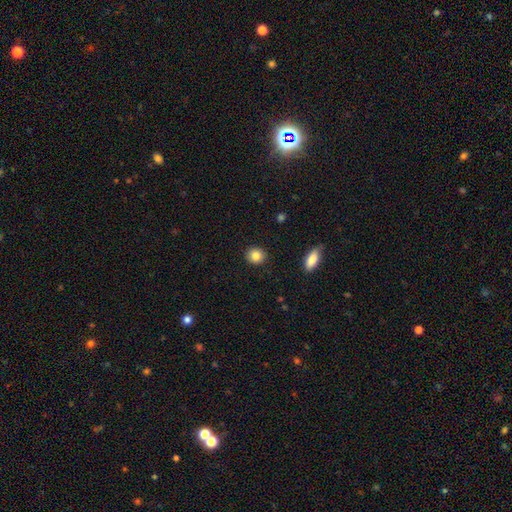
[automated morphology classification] Overall: smooth (85%). How rounded: round (77%). Merging: none (91%).